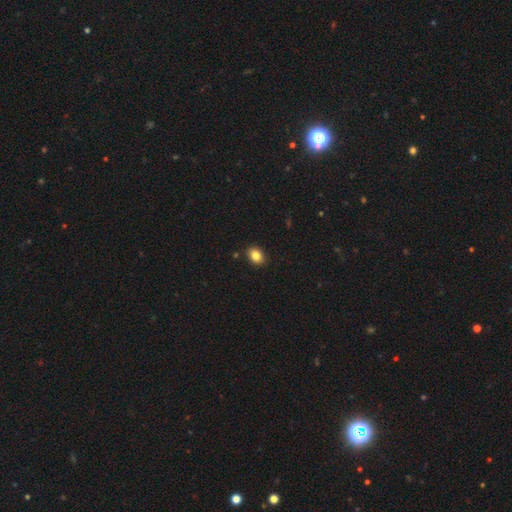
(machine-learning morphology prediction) Smooth or featured? smooth (84%)
How rounded? in between (66%)
Merging? none (88%)